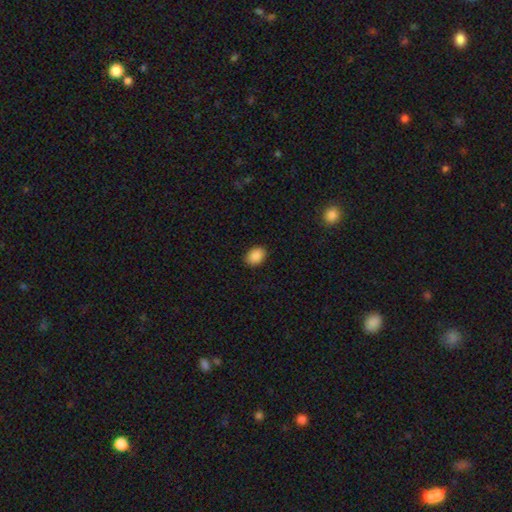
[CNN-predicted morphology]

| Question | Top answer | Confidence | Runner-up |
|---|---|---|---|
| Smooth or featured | smooth | 89% | star or artifact (8%) |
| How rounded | in between | 76% | round (23%) |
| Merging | none | 89% | minor disturbance (8%) |